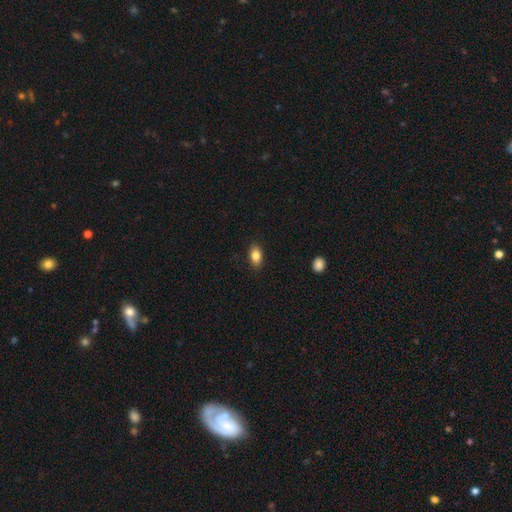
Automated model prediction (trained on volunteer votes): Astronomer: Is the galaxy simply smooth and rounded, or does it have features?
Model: smooth — 84%.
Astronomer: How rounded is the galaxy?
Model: in between — 87%.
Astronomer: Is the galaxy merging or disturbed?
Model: none — 88%.